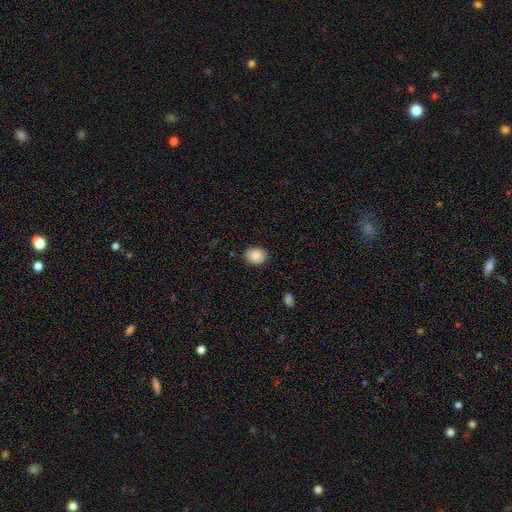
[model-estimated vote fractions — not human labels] This appears to be a smooth galaxy with no disk features (88%) that is in between round and cigar-shaped (54%). Merging: none (87%).